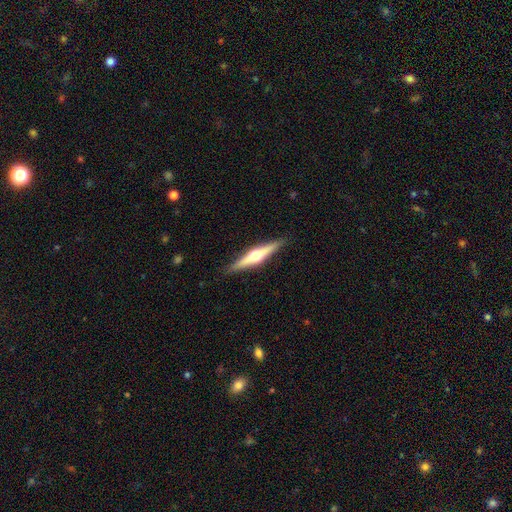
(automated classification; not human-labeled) Smooth or featured? Predicted: featured or disk (p=0.70). Edge-on disk? Predicted: yes (p=0.98). Edge-on bulge? Predicted: rounded (p=0.94). Merging? Predicted: none (p=0.91).